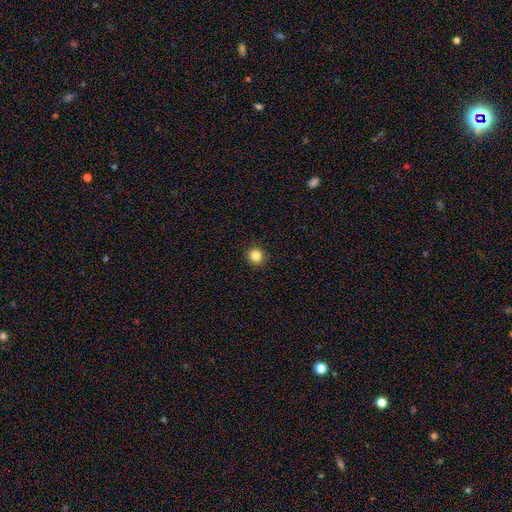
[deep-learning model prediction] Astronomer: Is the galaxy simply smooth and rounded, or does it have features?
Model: smooth — 85%.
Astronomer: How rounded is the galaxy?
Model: round — 94%.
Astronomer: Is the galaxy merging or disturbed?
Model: none — 93%.